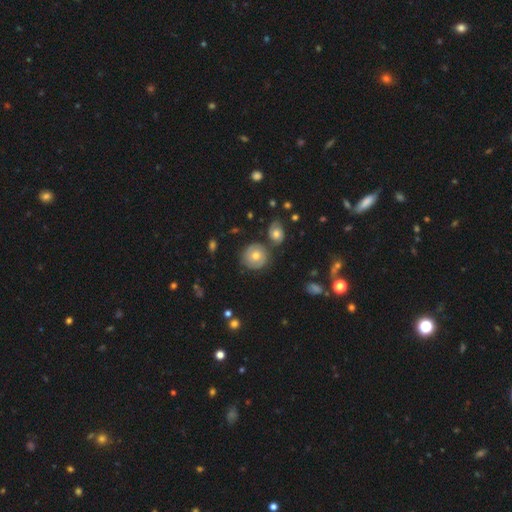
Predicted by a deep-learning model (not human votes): A smooth galaxy with no disk features (48%). Merging: none (75%).